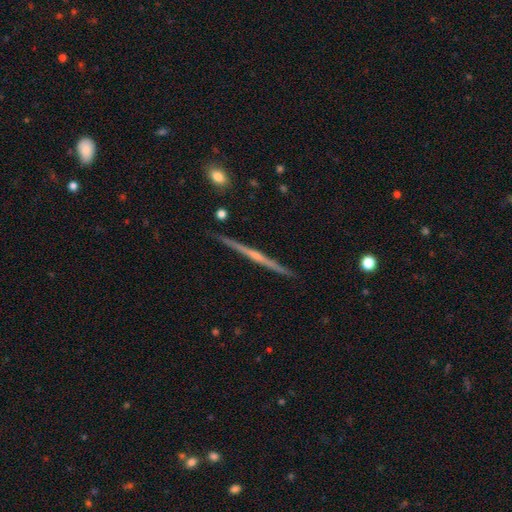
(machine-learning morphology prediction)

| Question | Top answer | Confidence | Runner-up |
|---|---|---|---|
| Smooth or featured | featured or disk | 80% | smooth (14%) |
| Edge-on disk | yes | 99% | no (1%) |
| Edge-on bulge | rounded | 60% | none (32%) |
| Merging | none | 91% | minor disturbance (6%) |